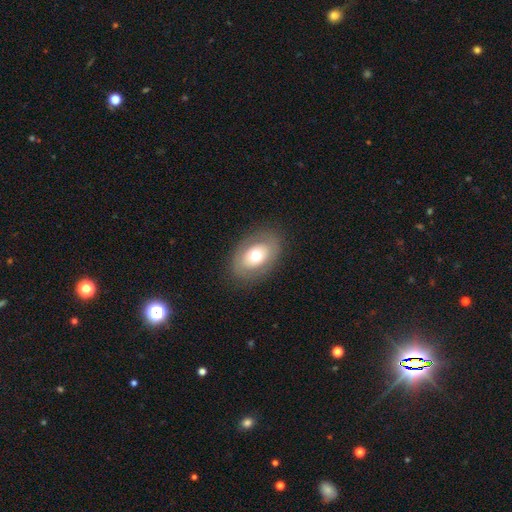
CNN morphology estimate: A smooth galaxy with no disk features (59%) that is in between round and cigar-shaped (81%). Merging: none (83%).